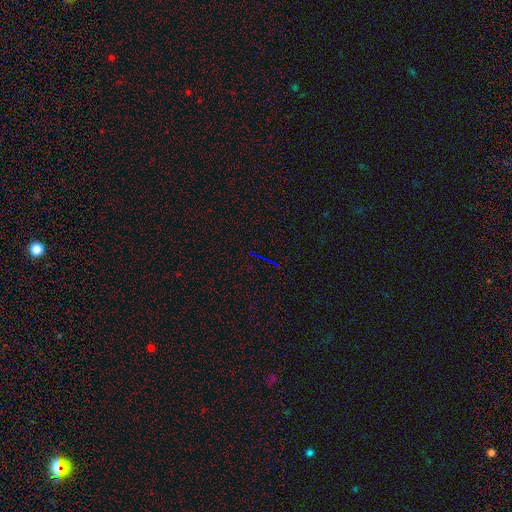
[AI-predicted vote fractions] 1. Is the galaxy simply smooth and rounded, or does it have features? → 76% star or artifact, 12% featured or disk, 12% smooth.